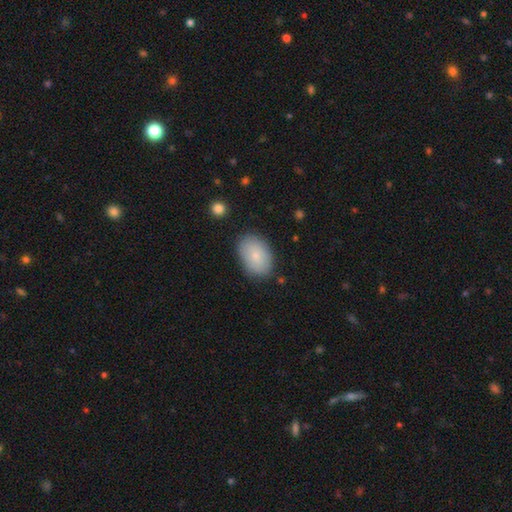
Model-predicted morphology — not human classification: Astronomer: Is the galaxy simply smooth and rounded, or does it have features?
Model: smooth — 79%.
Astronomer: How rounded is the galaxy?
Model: in between — 87%.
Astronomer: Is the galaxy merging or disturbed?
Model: none — 83%.